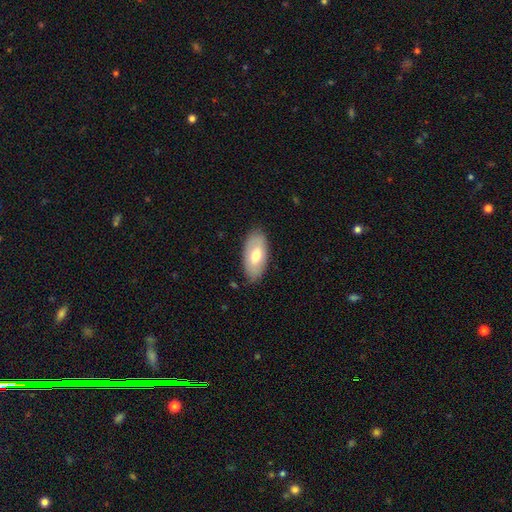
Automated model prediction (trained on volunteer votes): Overall: smooth (66%; featured or disk 28%). How rounded: in between (93%). Merging: none (82%).